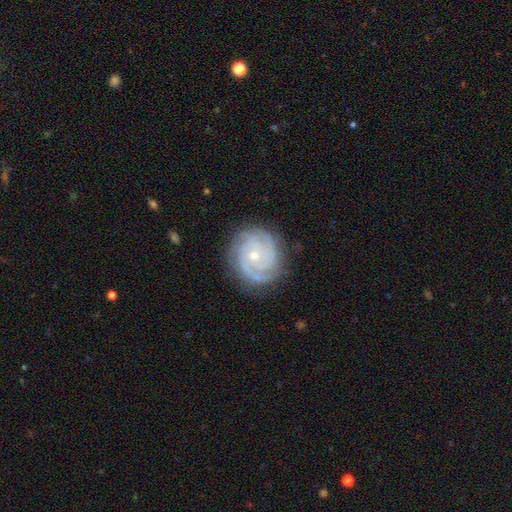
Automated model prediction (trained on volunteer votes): This is clearly a featured or disk galaxy (85%). It is clearly not viewed edge-on (98%). Bar: likely no (76%). Spiral arm pattern: clearly yes (97%). Spiral arm count: marginally 3 (30%). Spiral winding: likely tight (74%). Central bulge: likely small (61%). Merging: clearly none (80%).